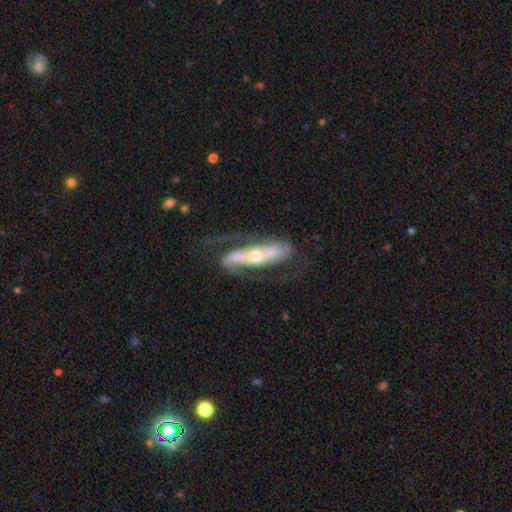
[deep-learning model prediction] smooth-or-featured: featured or disk: 83% | smooth: 11% | star or artifact: 5%
  disk-edge-on: no: 85% | yes: 15%
    bar: strong: 47% | no: 33% | weak: 20%
    has-spiral-arms: yes: 89% | no: 11%
      spiral-winding: medium: 44% | loose: 32% | tight: 25%
      spiral-arm-count: 2: 88% | can't tell: 6% | 1: 3% | 3: 1% | 4: 1% | more than 4: 1%
    bulge-size: moderate: 53% | small: 40% | large: 4% | dominant: 1% | none: 1%
  merging: none: 62% | major disturbance: 17% | minor disturbance: 16% | merger: 5%